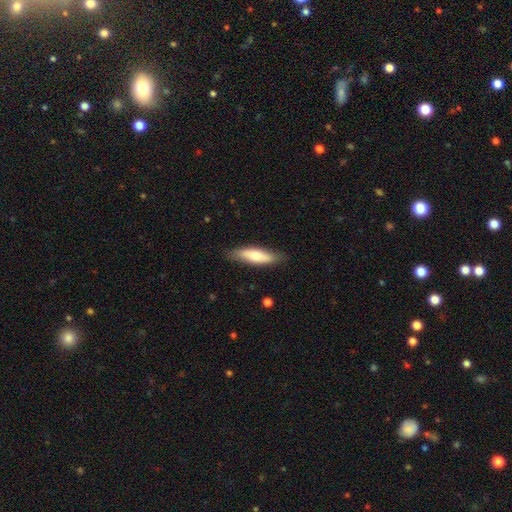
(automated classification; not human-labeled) A smooth galaxy with no disk features (68%) that is cigar-shaped (61%). Merging: none (83%).